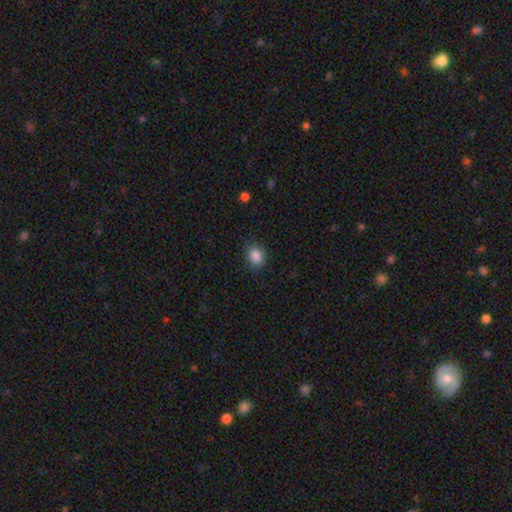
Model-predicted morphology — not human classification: A smooth galaxy with no disk features (87%) that is in between round and cigar-shaped (50%). Merging: none (84%).